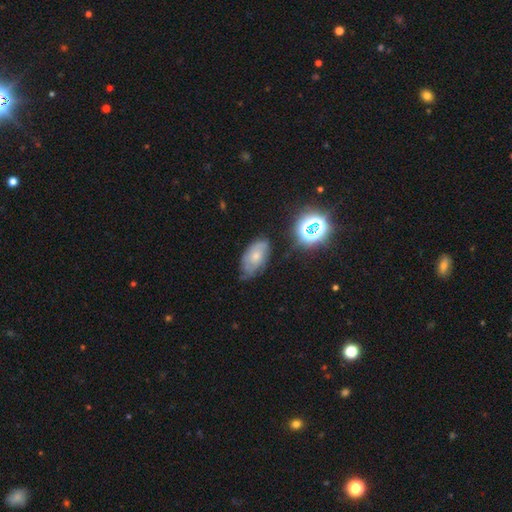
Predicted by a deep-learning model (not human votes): Overall: featured or disk (47%; smooth 38%). Merging: none (61%; minor disturbance 29%).